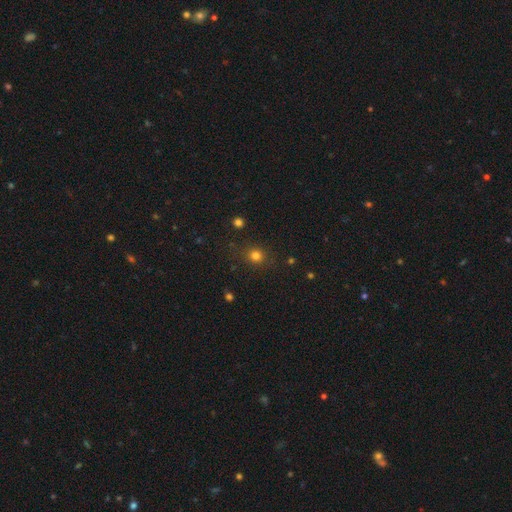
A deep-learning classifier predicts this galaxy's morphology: A smooth galaxy with no disk features (79%) that is round (87%).

Vote fractions:
- Smooth or featured? smooth: 79% / star or artifact: 16% / featured or disk: 5%
- How rounded? round: 87% / in between: 12% / cigar-shaped: 1%
- Merging? none: 86% / minor disturbance: 9% / major disturbance: 4% / merger: 2%